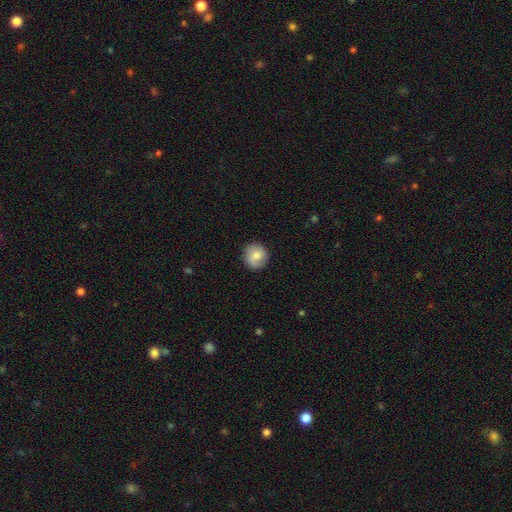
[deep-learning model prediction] Smooth or featured? Predicted: smooth (p=0.77). How rounded? Predicted: round (p=0.91). Merging? Predicted: none (p=0.87).